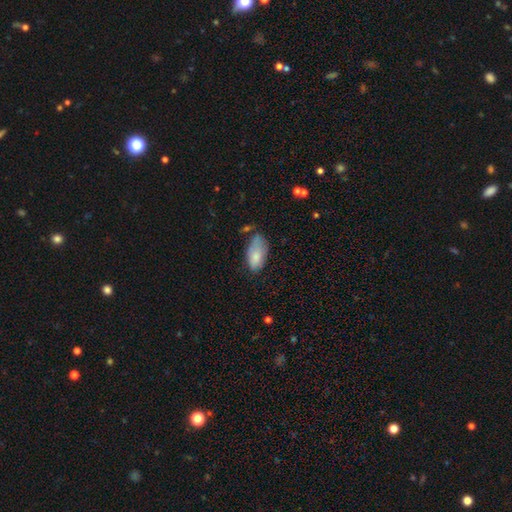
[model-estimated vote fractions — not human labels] This appears to be a smooth galaxy with no disk features (81%) that is in between round and cigar-shaped (93%). Merging: none (45%).